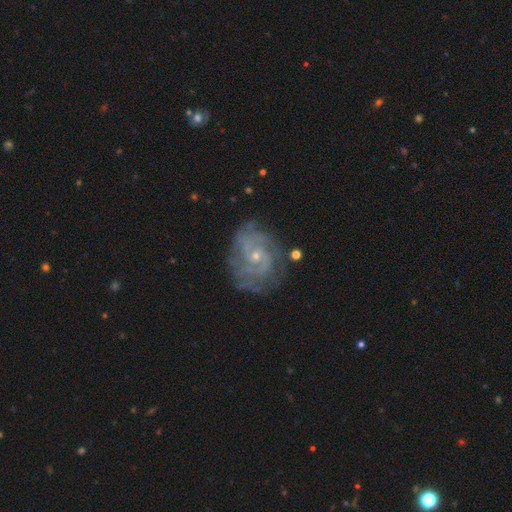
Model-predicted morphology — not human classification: Smooth or featured? featured or disk (83%)
Edge-on disk? no (97%)
Bar? no (65%)
Spiral arms? yes (93%)
Spiral winding? tight (56%)
Spiral arm count? can't tell (32%)
Bulge size? small (74%)
Merging? none (70%)